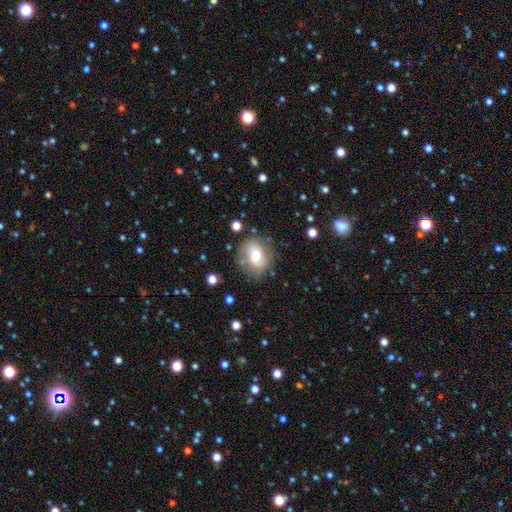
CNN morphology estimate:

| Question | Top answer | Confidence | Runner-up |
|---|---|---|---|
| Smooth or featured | smooth | 65% | featured or disk (25%) |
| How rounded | round | 63% | in between (36%) |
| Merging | none | 72% | minor disturbance (18%) |